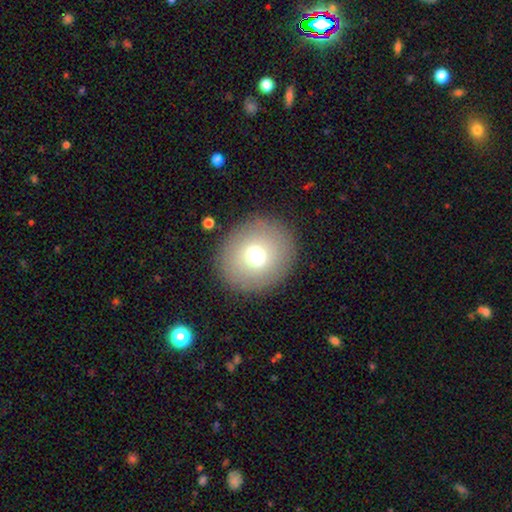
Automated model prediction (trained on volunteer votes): This is likely a smooth galaxy (69%). How rounded: clearly round (85%). Merging: clearly none (88%).